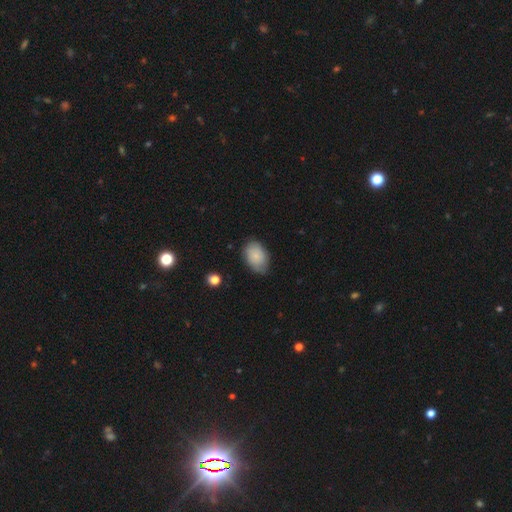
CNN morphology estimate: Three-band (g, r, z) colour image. It shows a smooth galaxy with no disk features (79%) that is in between round and cigar-shaped (87%). Merging: none (70%).